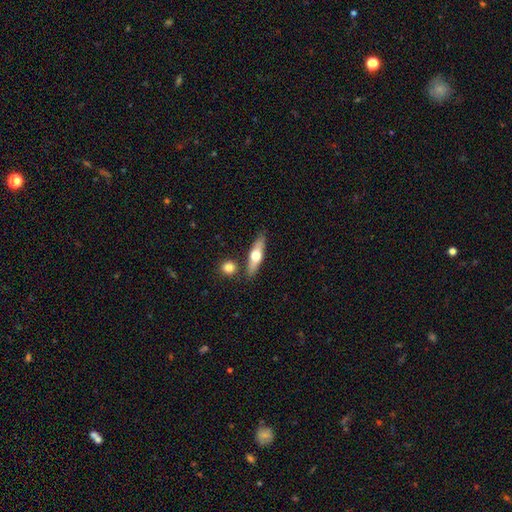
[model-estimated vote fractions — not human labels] This appears to be a smooth galaxy with no disk features (48%). Merging: none (78%).